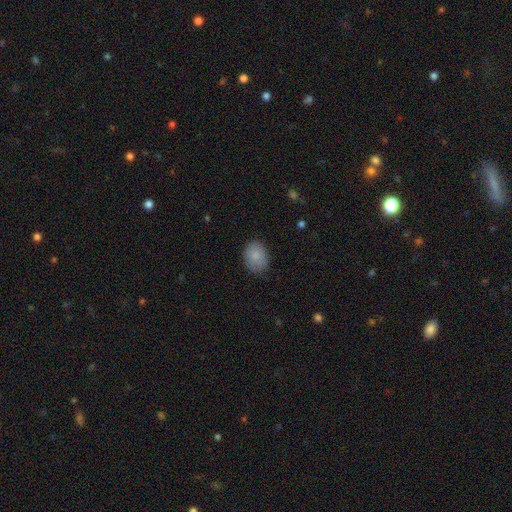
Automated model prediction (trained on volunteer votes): smooth_or_featured: smooth (p=0.85) [alt: star or artifact p=0.07]
how_rounded: in between (p=0.59) [alt: round p=0.40]
merging: none (p=0.80) [alt: minor disturbance p=0.16]